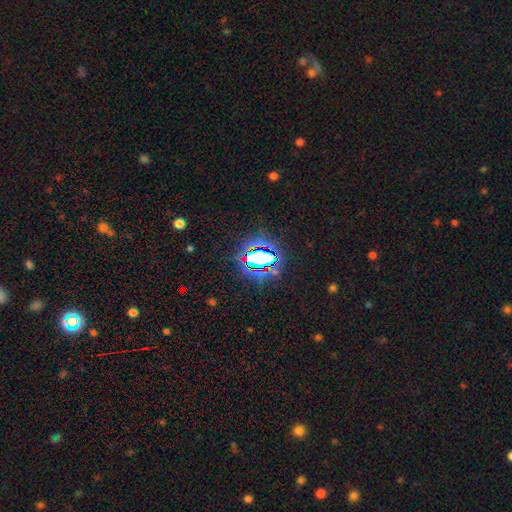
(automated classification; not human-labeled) This is likely a star or artifact rather than a galaxy (71%).